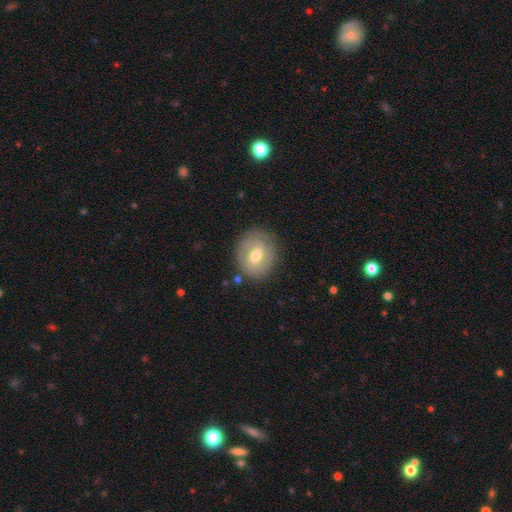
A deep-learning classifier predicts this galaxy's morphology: smooth-or-featured: featured or disk: 58% | smooth: 35% | star or artifact: 7%
  disk-edge-on: no: 95% | yes: 5%
    bar: weak: 49% | no: 34% | strong: 17%
    has-spiral-arms: yes: 65% | no: 35%
    bulge-size: moderate: 72% | small: 21% | large: 5% | none: 1% | dominant: 1%
  merging: none: 80% | minor disturbance: 13% | major disturbance: 4% | merger: 2%